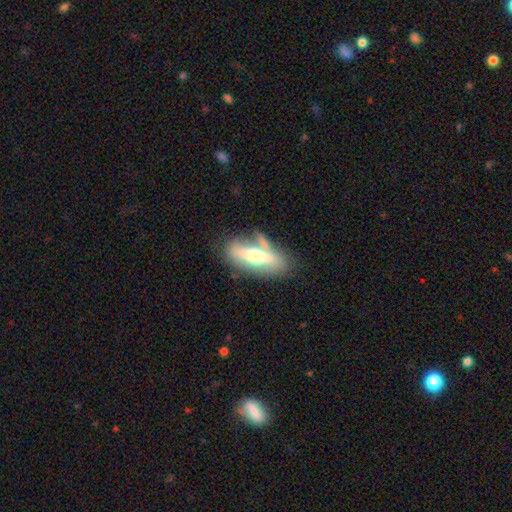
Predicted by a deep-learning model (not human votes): smooth_or_featured: featured or disk (p=0.53) [alt: smooth p=0.41]
disk_edge_on: yes (p=0.60) [alt: no p=0.40]
merging: none (p=0.55) [alt: minor disturbance p=0.20]